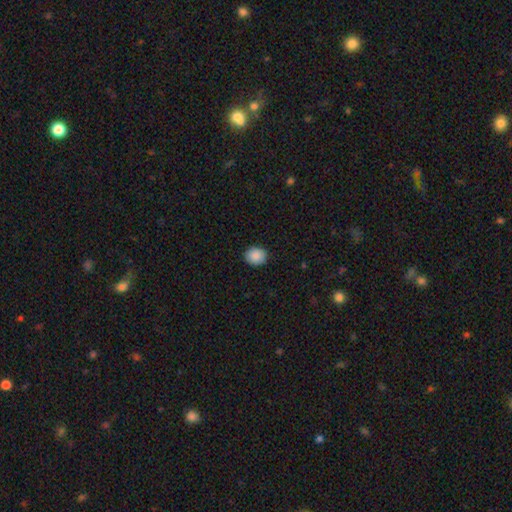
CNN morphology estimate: Smooth or featured: smooth — 89% (star or artifact — 8%)
How rounded: round — 66% (in between — 33%)
Merging: none — 90% (minor disturbance — 7%)